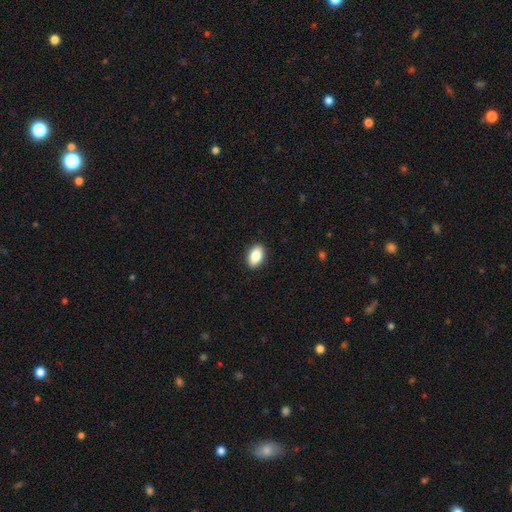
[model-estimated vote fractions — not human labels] Smooth or featured? Predicted: smooth (p=0.85). How rounded? Predicted: in between (p=0.89). Merging? Predicted: none (p=0.90).